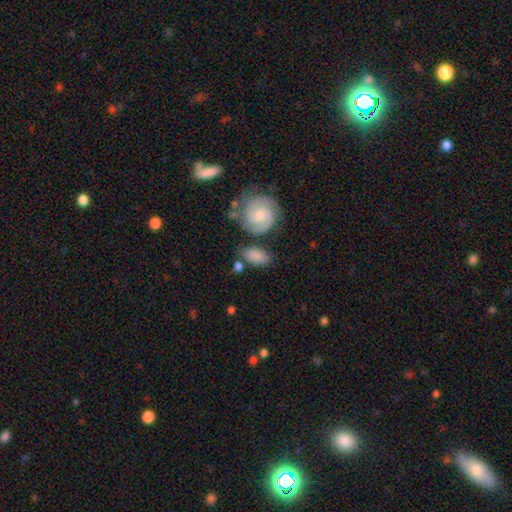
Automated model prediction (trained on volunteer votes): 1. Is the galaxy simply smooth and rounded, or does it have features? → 72% smooth, 21% featured or disk, 7% star or artifact.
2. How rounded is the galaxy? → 85% in between, 11% round, 4% cigar-shaped.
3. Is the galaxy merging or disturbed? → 64% none, 18% minor disturbance, 12% merger, 6% major disturbance.